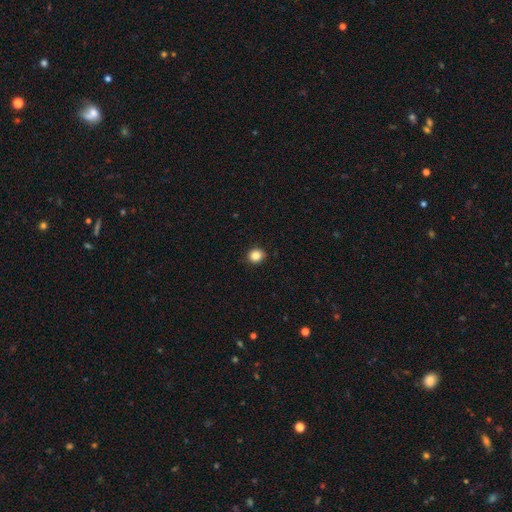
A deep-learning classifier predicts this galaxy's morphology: This is clearly a smooth galaxy (86%). How rounded: clearly round (83%). Merging: clearly none (91%).